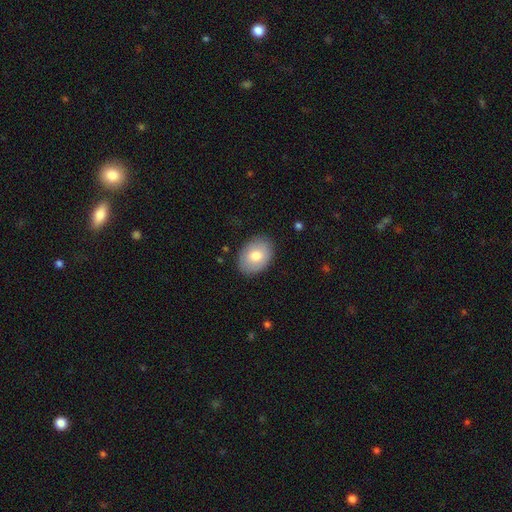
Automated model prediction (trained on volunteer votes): Smooth or featured? Predicted: smooth (p=0.73). How rounded? Predicted: in between (p=0.77). Merging? Predicted: none (p=0.86).